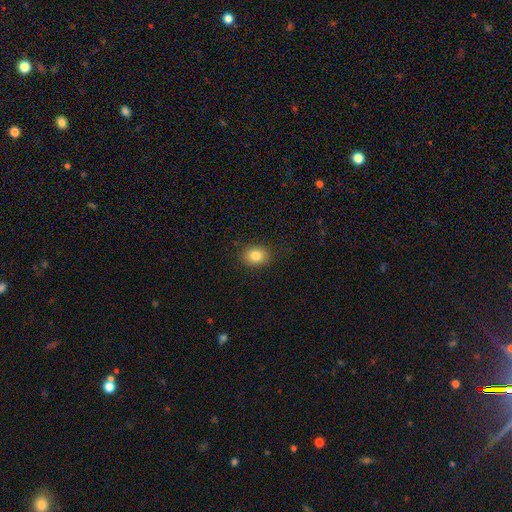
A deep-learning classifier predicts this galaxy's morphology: A smooth galaxy with no disk features (83%) that is in between round and cigar-shaped (57%). Merging: none (87%).